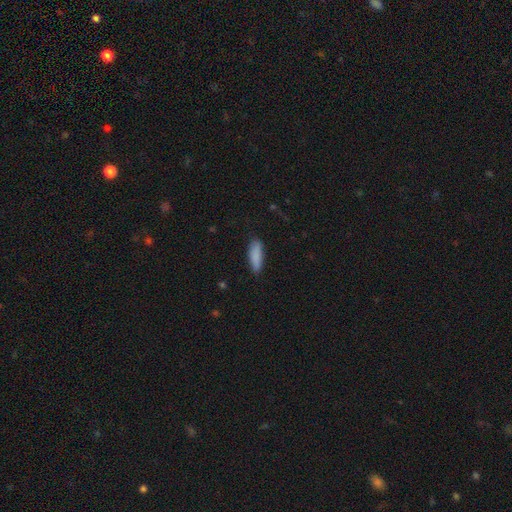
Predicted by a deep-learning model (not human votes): This is clearly a smooth galaxy (87%). How rounded: possibly cigar-shaped (50%). Merging: likely none (78%).